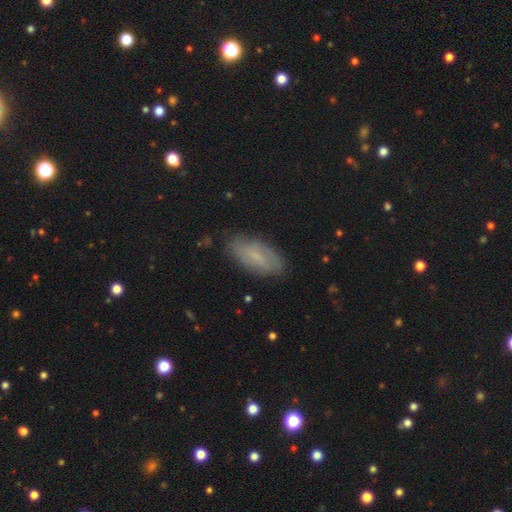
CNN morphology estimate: Smooth or featured?
  - smooth: 63% *
  - featured or disk: 29%
  - star or artifact: 8%
How rounded?
  - in between: 82% *
  - cigar-shaped: 16%
  - round: 2%
Merging?
  - none: 81% *
  - minor disturbance: 15%
  - major disturbance: 3%
  - merger: 1%